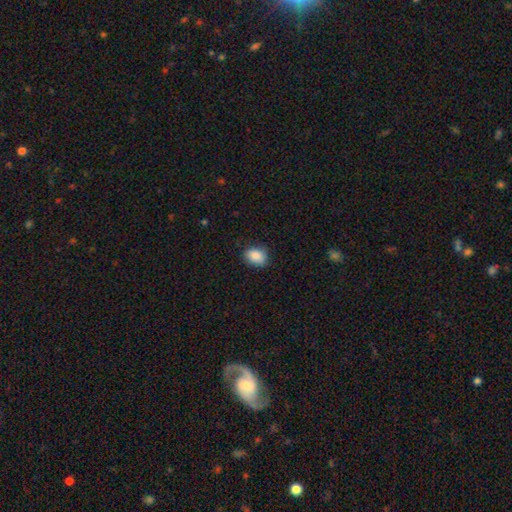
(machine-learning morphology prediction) Smooth or featured?
  - smooth: 88% *
  - star or artifact: 8%
  - featured or disk: 4%
How rounded?
  - in between: 75% *
  - round: 24%
  - cigar-shaped: 1%
Merging?
  - none: 81% *
  - minor disturbance: 15%
  - major disturbance: 3%
  - merger: 1%